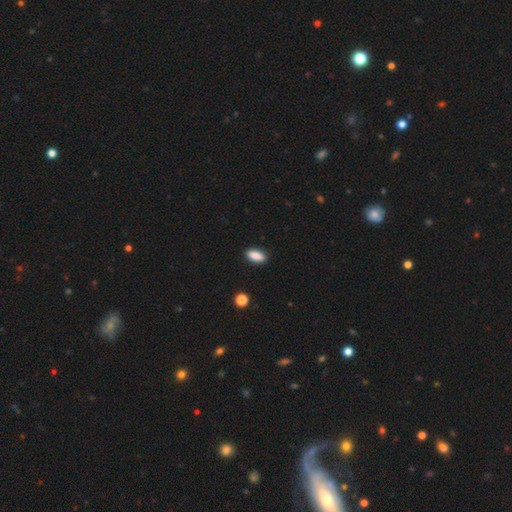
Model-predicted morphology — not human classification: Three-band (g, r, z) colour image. It shows a smooth galaxy with no disk features (88%) that is in between round and cigar-shaped (83%). Merging: none (89%).